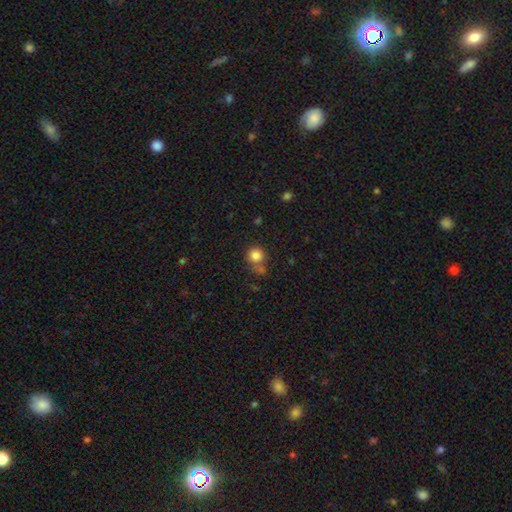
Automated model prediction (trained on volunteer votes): This is clearly a smooth galaxy (83%). How rounded: clearly round (90%). Merging: likely none (63%).